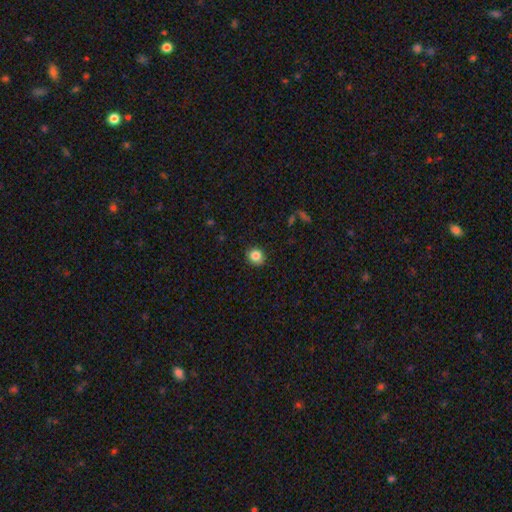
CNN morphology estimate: Overall: smooth (84%). How rounded: round (79%). Merging: none (90%).